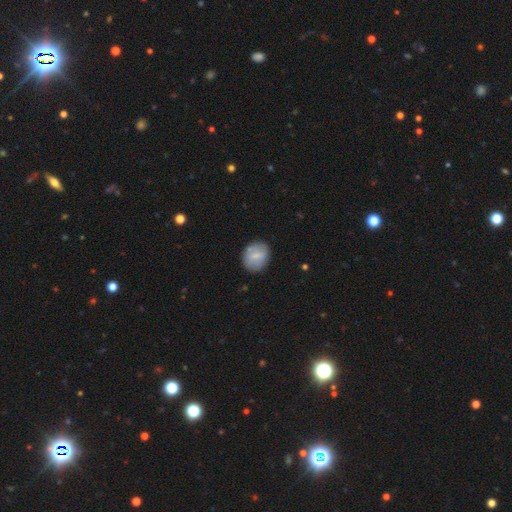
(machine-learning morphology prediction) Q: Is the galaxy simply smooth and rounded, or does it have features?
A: smooth — 64%.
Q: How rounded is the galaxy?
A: round — 53%.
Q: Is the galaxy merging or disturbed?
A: none — 80%.